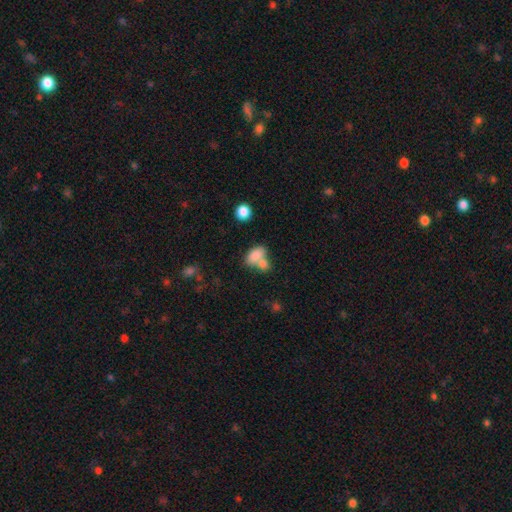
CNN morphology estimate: Smooth or featured? Predicted: smooth (p=0.79). How rounded? Predicted: in between (p=0.86). Merging? Predicted: merger (p=0.55).